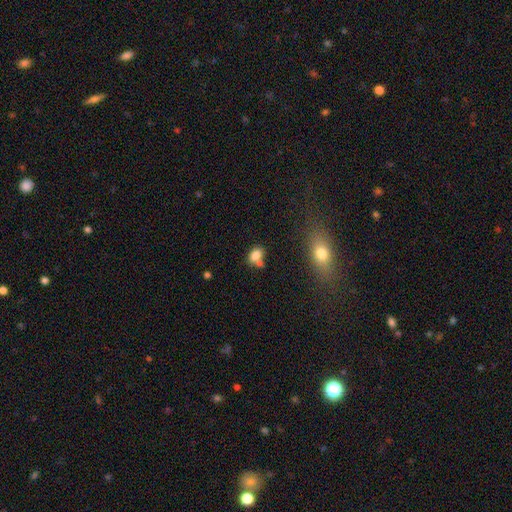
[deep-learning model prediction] Smooth or featured? smooth (81%)
How rounded? in between (71%)
Merging? none (47%)